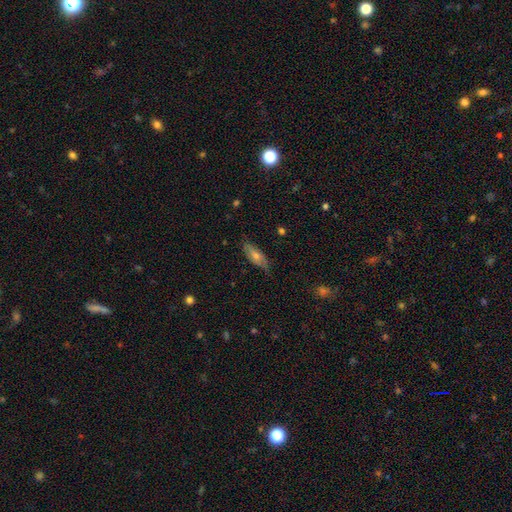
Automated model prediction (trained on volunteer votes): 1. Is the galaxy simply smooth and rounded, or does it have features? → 46% smooth, 44% featured or disk, 10% star or artifact.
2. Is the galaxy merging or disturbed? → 74% none, 20% minor disturbance, 4% major disturbance, 1% merger.